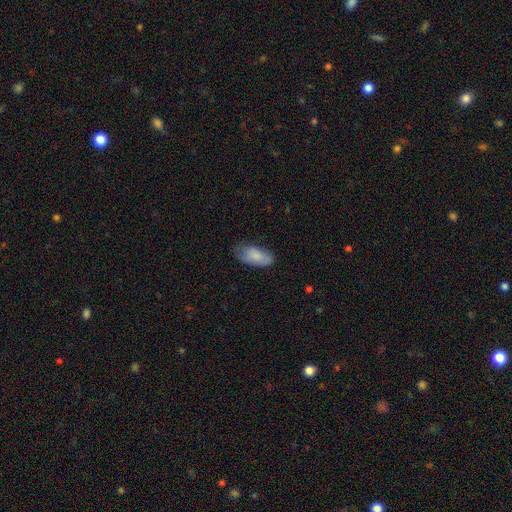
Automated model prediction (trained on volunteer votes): smooth_or_featured: smooth (p=0.81) [alt: featured or disk p=0.12]
how_rounded: in between (p=0.93) [alt: cigar-shaped p=0.05]
merging: none (p=0.60) [alt: minor disturbance p=0.31]